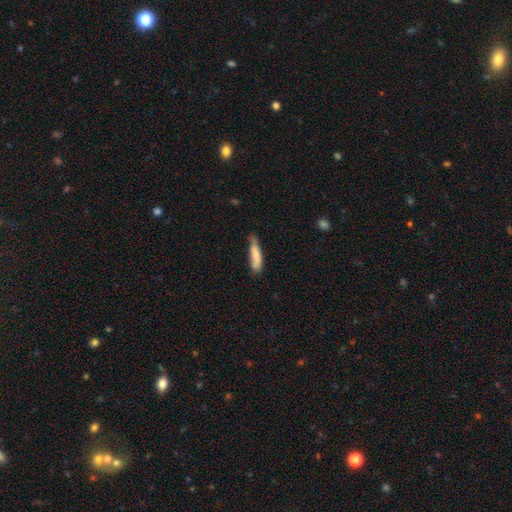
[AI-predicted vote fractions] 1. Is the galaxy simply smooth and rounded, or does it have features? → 79% smooth, 15% featured or disk, 6% star or artifact.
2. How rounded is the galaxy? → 78% cigar-shaped, 21% in between, 1% round.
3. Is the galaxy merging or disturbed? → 57% none, 33% minor disturbance, 7% major disturbance, 3% merger.